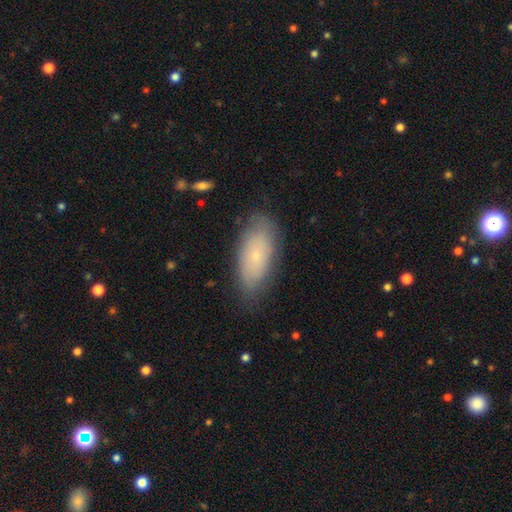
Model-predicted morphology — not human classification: Smooth or featured? smooth (61%)
How rounded? in between (87%)
Merging? none (78%)